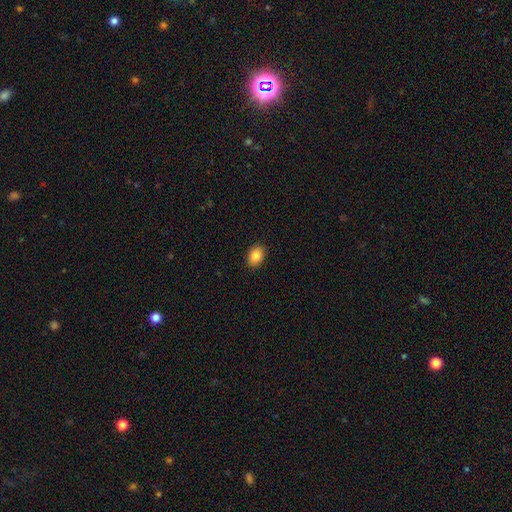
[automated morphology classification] This is clearly a smooth galaxy (86%). How rounded: likely in between (76%). Merging: clearly none (90%).